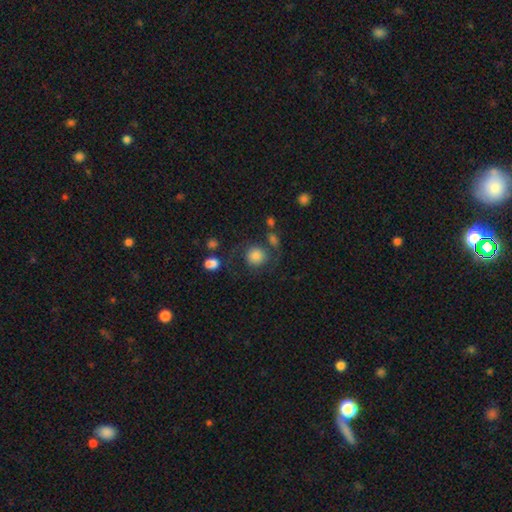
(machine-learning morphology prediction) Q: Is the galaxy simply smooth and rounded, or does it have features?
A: smooth — 73%.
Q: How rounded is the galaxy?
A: round — 86%.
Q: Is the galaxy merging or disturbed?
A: none — 60%.